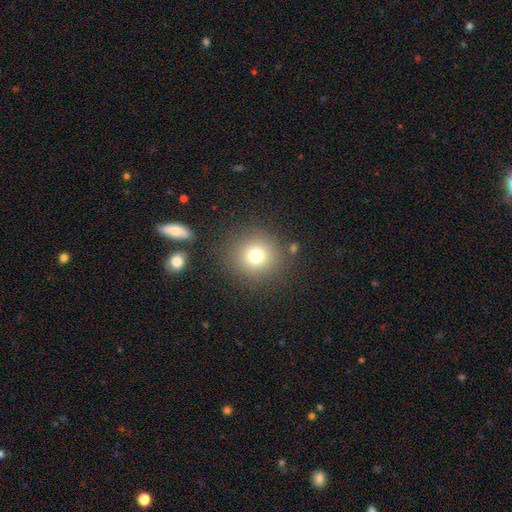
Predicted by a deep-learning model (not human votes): Smooth or featured? Predicted: smooth (p=0.75). How rounded? Predicted: round (p=0.93). Merging? Predicted: none (p=0.85).